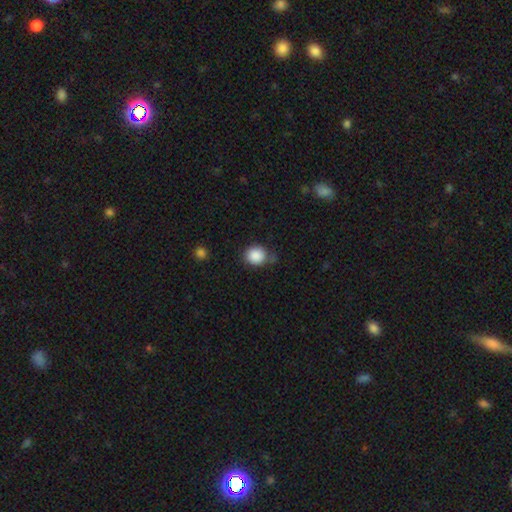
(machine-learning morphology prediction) Smooth or featured? smooth (88%)
How rounded? round (80%)
Merging? none (70%)